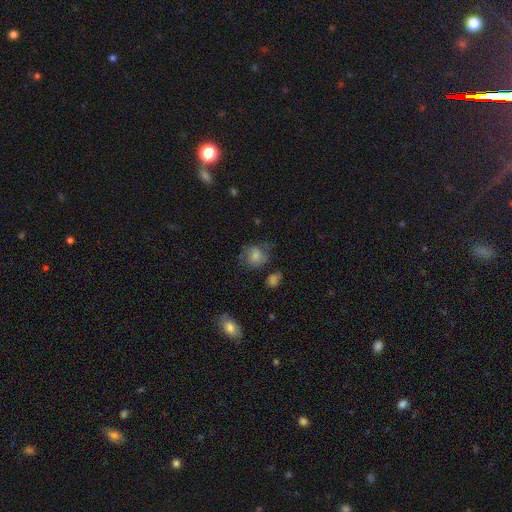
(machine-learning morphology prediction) Smooth or featured? Predicted: smooth (p=0.62). How rounded? Predicted: round (p=0.68). Merging? Predicted: none (p=0.54).